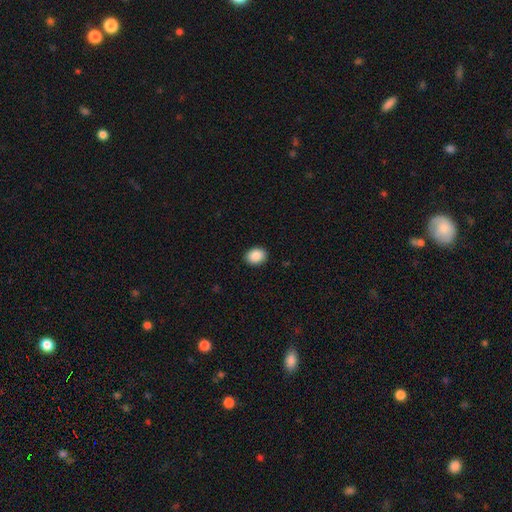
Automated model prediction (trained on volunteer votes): This is clearly a smooth galaxy (89%). How rounded: possibly in between (58%). Merging: clearly none (91%).